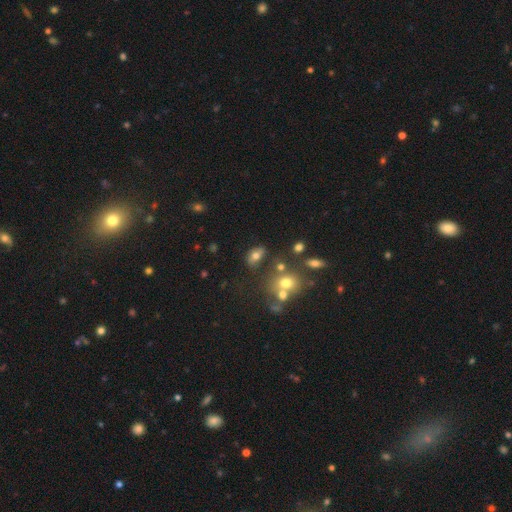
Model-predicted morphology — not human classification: A smooth galaxy with no disk features (70%) that is in between round and cigar-shaped (79%). Merging: none (62%).